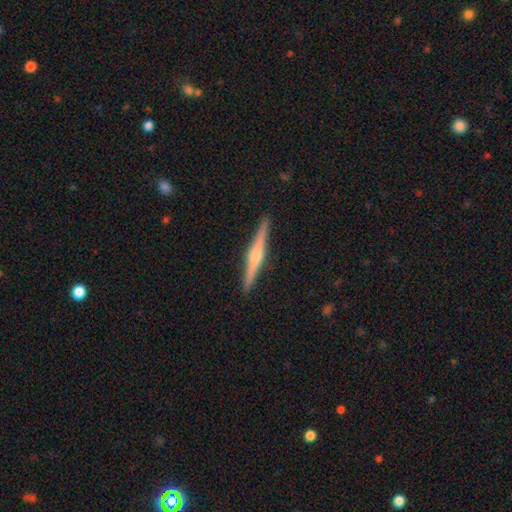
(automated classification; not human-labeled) Morphology: type=featured or disk (73%); edge-on=yes (98%); edge-on bulge=rounded (75%); merging=none (92%).